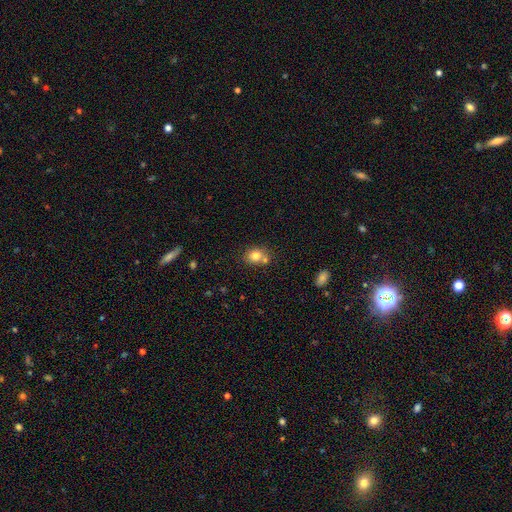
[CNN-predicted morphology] A smooth galaxy with no disk features (78%) that is round (63%). Merging: none (58%).